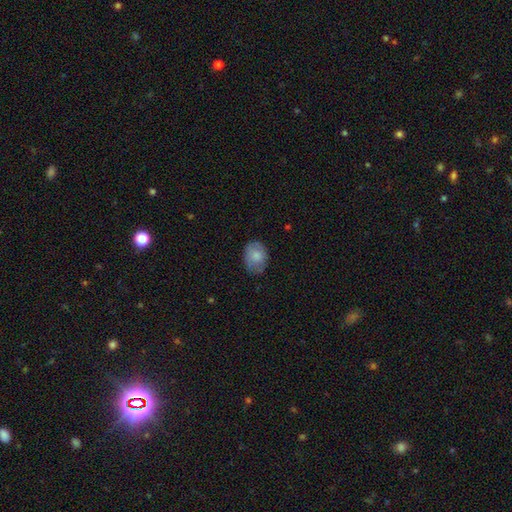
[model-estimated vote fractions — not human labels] Overall: smooth (76%). How rounded: in between (70%). Merging: none (69%).